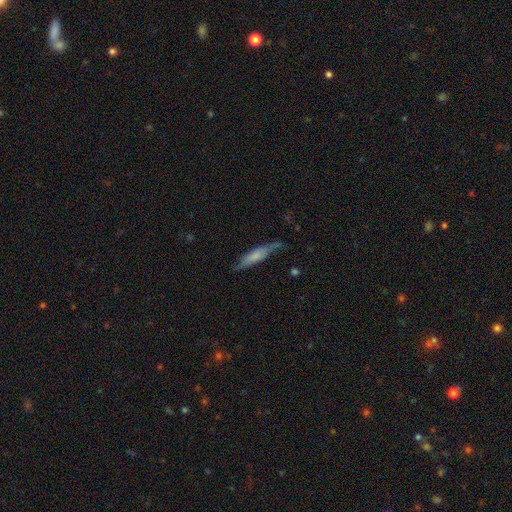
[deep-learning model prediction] smooth 56%, featured or disk 37%, star or artifact 6%. Down the decision tree: how rounded — cigar-shaped (77%); merging — none (58%).